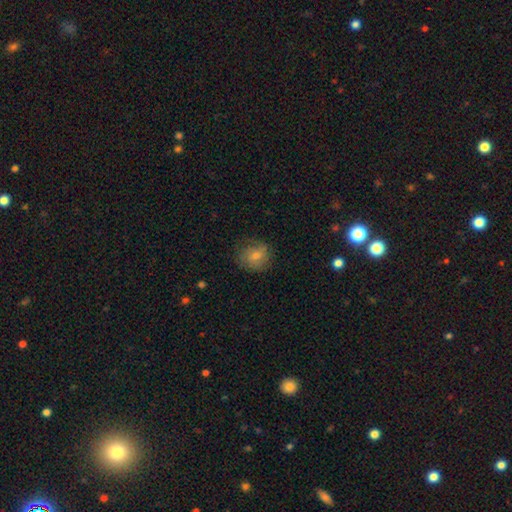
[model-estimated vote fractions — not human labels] Smooth or featured? smooth (53%)
How rounded? round (81%)
Merging? none (78%)